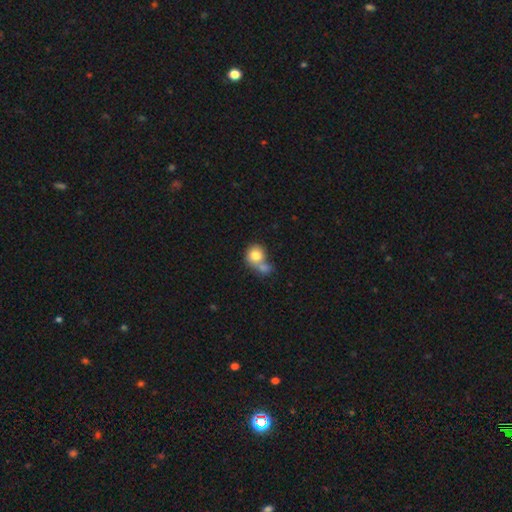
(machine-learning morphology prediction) A smooth galaxy with no disk features (78%) that is round (73%). Merging: merger (54%).